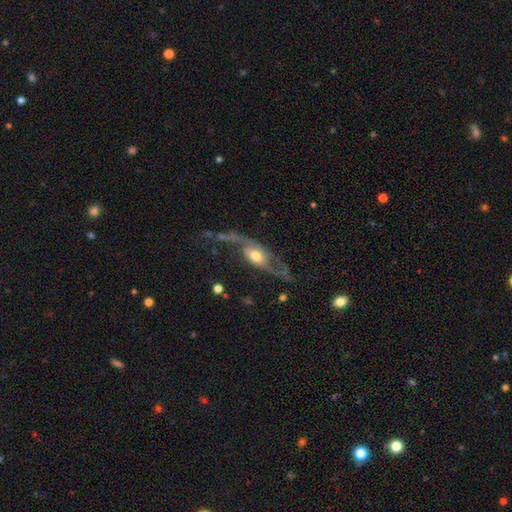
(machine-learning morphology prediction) This is likely a featured or disk galaxy (78%). It is clearly not viewed edge-on (83%). Bar: possibly no (56%). Spiral arm pattern: clearly yes (86%). Spiral arm count: clearly 2 (87%). Spiral winding: likely loose (77%). Central bulge: likely moderate (63%). Merging: possibly none (49%).